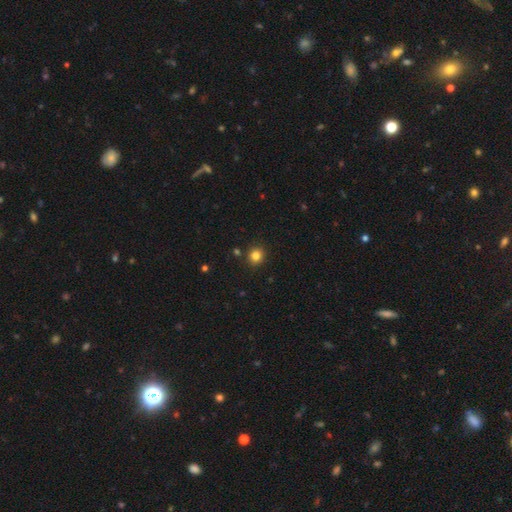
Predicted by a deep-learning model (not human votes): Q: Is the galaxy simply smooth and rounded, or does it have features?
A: smooth — 82%.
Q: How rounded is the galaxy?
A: round — 86%.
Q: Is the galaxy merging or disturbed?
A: none — 89%.